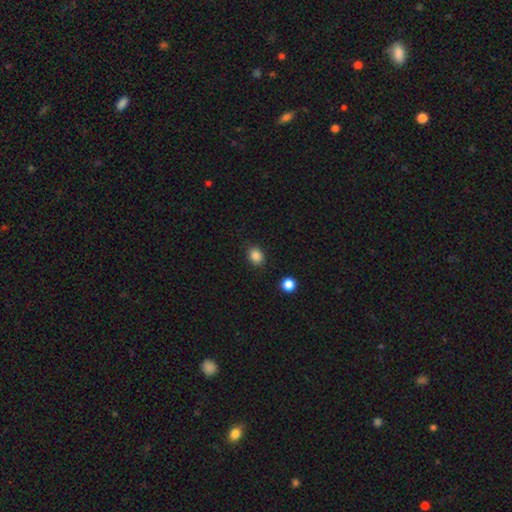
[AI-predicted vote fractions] The model was most divided on "how rounded": round: 53%, in between: 46%, cigar-shaped: 1%. More confident: smooth or featured — smooth (86%); merging — none (85%).